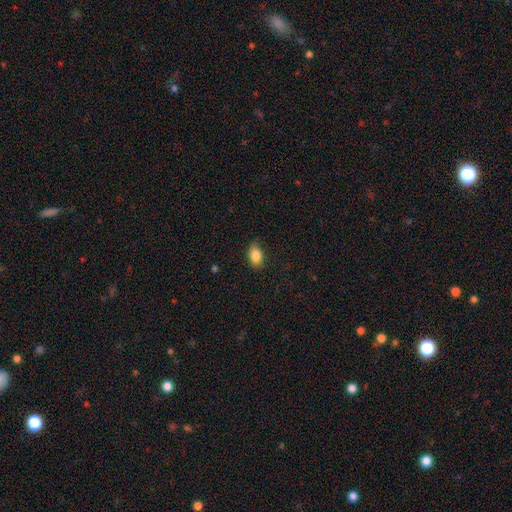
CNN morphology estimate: smooth_or_featured: smooth (p=0.86) [alt: star or artifact p=0.08]
how_rounded: in between (p=0.86) [alt: round p=0.12]
merging: none (p=0.78) [alt: minor disturbance p=0.18]